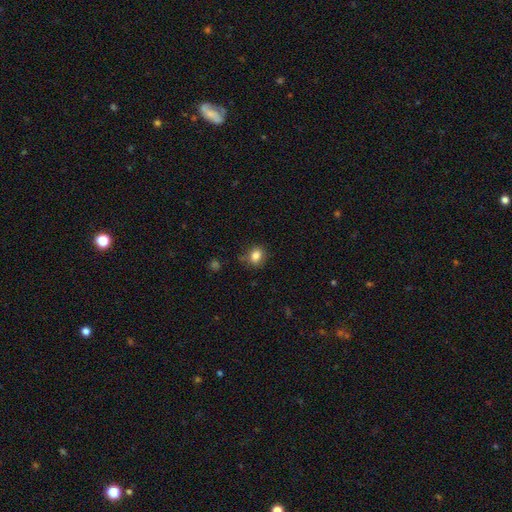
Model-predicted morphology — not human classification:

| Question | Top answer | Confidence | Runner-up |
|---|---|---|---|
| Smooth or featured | smooth | 84% | star or artifact (10%) |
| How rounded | round | 55% | in between (44%) |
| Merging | none | 79% | minor disturbance (15%) |